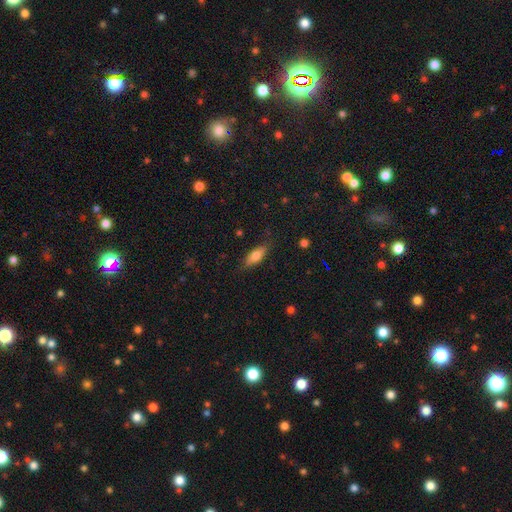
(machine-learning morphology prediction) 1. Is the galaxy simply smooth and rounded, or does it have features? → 70% smooth, 23% featured or disk, 7% star or artifact.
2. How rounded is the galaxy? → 70% in between, 27% cigar-shaped, 3% round.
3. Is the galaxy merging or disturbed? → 79% none, 16% minor disturbance, 3% major disturbance, 1% merger.